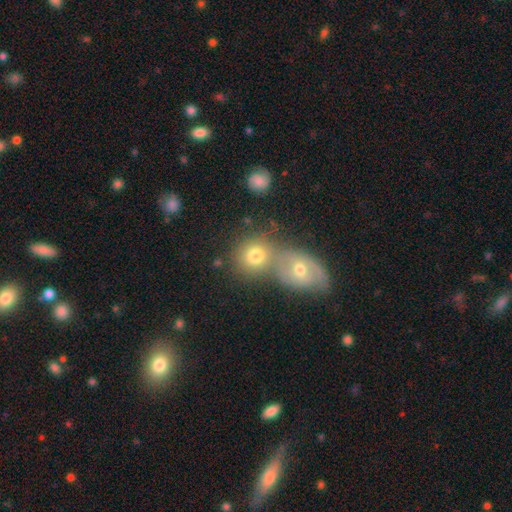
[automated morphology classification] Smooth or featured? smooth (73%)
How rounded? round (75%)
Merging? merger (50%)